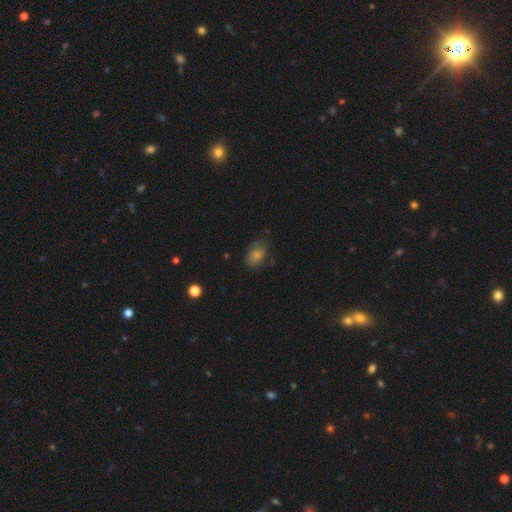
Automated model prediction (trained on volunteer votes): Smooth or featured? Predicted: smooth (p=0.64). How rounded? Predicted: in between (p=0.74). Merging? Predicted: none (p=0.71).